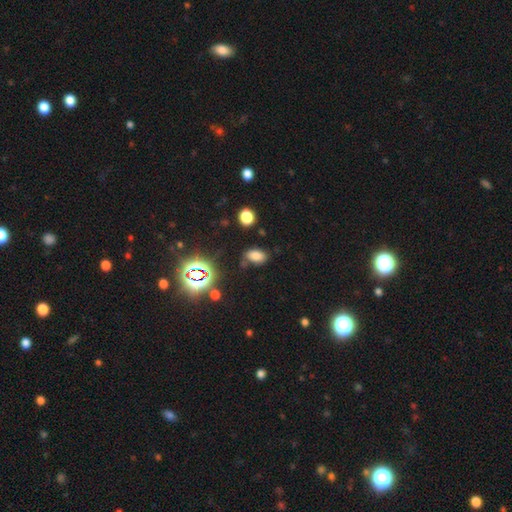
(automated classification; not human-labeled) Smooth or featured? Predicted: smooth (p=0.68). How rounded? Predicted: in between (p=0.88). Merging? Predicted: none (p=0.74).